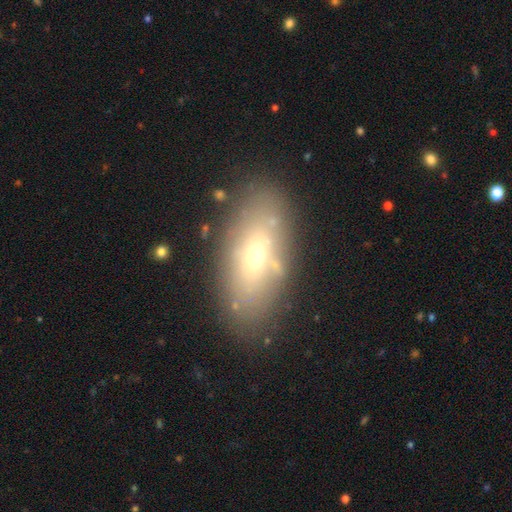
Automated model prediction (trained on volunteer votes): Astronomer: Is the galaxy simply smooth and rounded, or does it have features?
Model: smooth — 53% (runner-up: featured or disk, 36%).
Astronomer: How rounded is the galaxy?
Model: in between — 83%.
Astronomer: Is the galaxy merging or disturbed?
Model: none — 76%.